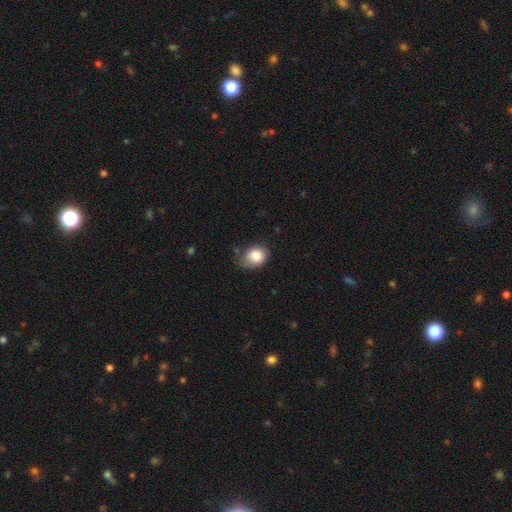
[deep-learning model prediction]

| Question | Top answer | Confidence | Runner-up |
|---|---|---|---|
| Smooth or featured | smooth | 84% | featured or disk (8%) |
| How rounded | in between | 57% | round (42%) |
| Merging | none | 53% | minor disturbance (35%) |